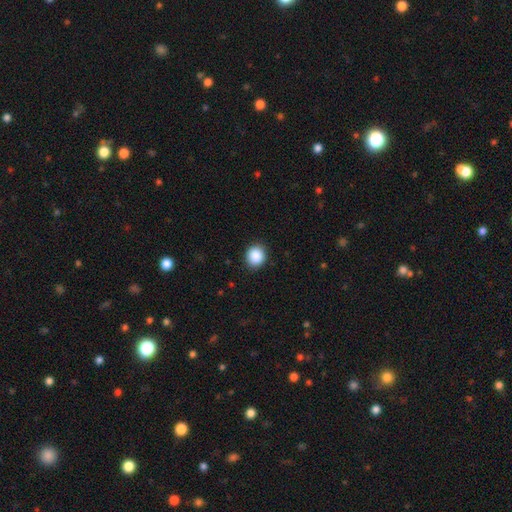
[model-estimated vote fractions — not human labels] smooth_or_featured: smooth (p=0.89) [alt: star or artifact p=0.08]
how_rounded: round (p=0.82) [alt: in between p=0.17]
merging: none (p=0.90) [alt: minor disturbance p=0.07]